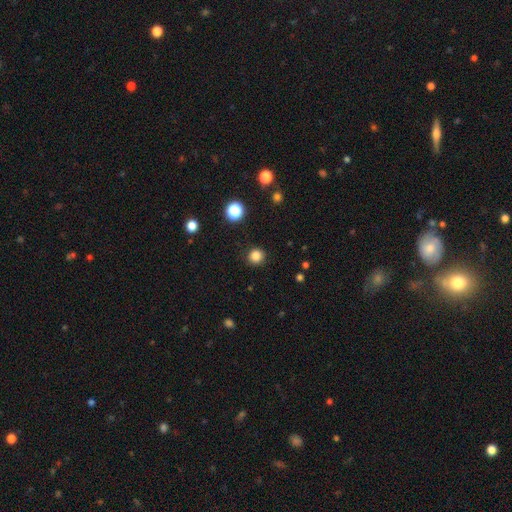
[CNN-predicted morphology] Smooth or featured: smooth — 84% (star or artifact — 13%)
How rounded: round — 92% (in between — 7%)
Merging: none — 90% (minor disturbance — 6%)